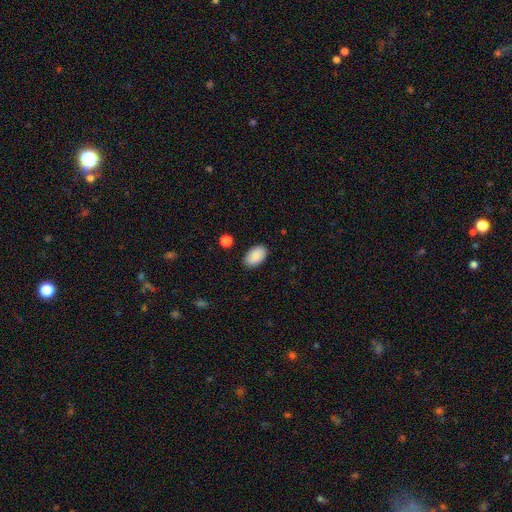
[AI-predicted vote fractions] This is clearly a smooth galaxy (90%). How rounded: clearly in between (94%). Merging: clearly none (87%).